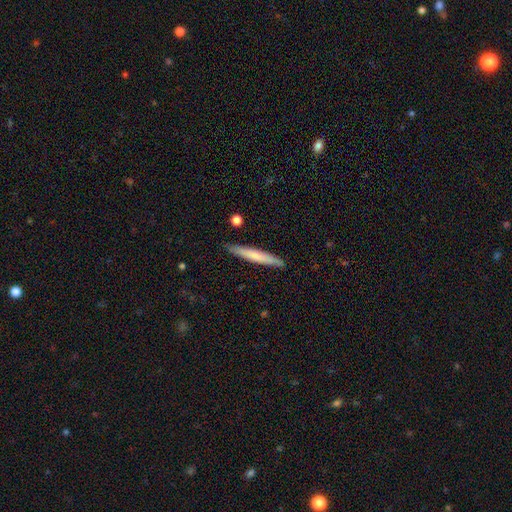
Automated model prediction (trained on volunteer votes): A smooth galaxy with no disk features (65%) that is cigar-shaped (95%). Merging: none (88%).